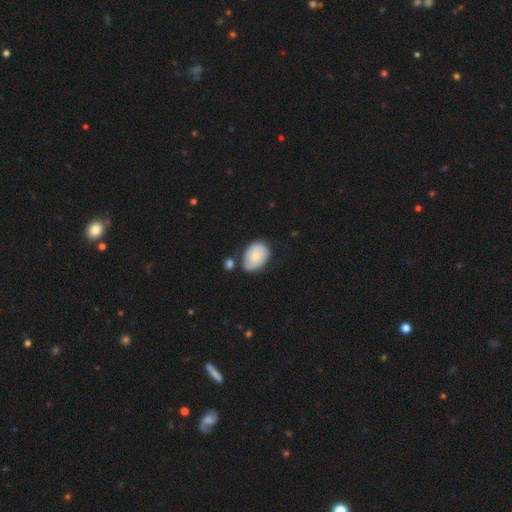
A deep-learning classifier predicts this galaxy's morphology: Smooth or featured? smooth (73%)
How rounded? in between (81%)
Merging? none (57%)